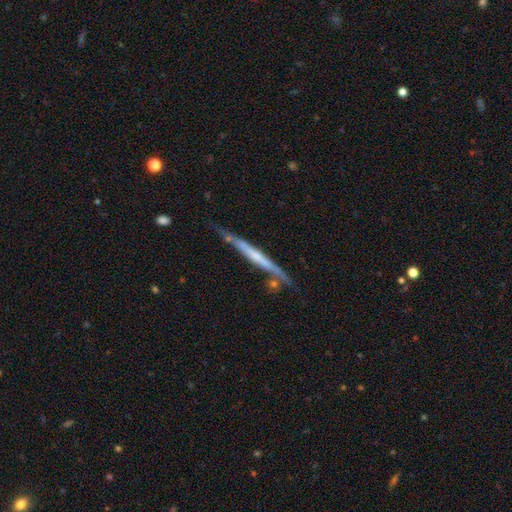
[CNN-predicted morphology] Smooth or featured? Predicted: featured or disk (p=0.67). Edge-on disk? Predicted: yes (p=0.94). Edge-on bulge? Predicted: none (p=0.62). Merging? Predicted: none (p=0.68).